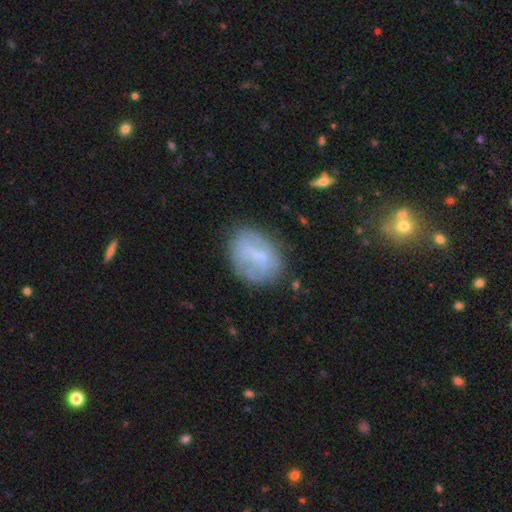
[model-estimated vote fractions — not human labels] smooth-or-featured: featured or disk: 50% | smooth: 40% | star or artifact: 10%
  disk-edge-on: no: 96% | yes: 4%
  merging: none: 66% | minor disturbance: 22% | major disturbance: 9% | merger: 3%